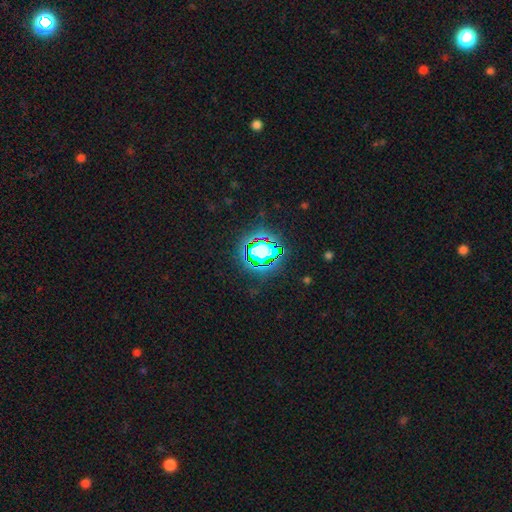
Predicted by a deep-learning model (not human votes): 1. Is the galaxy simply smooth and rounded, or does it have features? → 81% star or artifact, 12% smooth, 7% featured or disk.